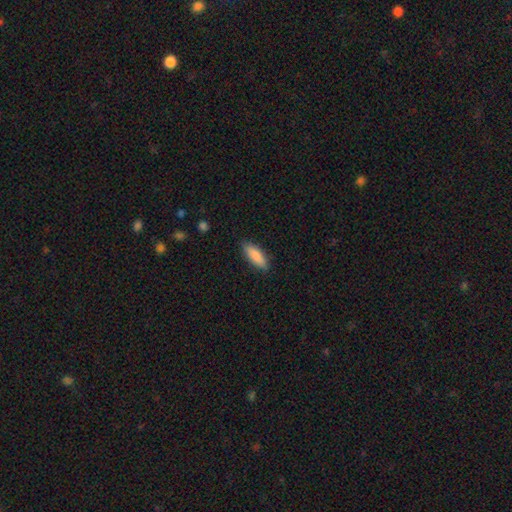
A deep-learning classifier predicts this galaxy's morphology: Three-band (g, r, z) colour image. It shows a smooth galaxy with no disk features (87%) that is in between round and cigar-shaped (56%). Merging: none (87%).